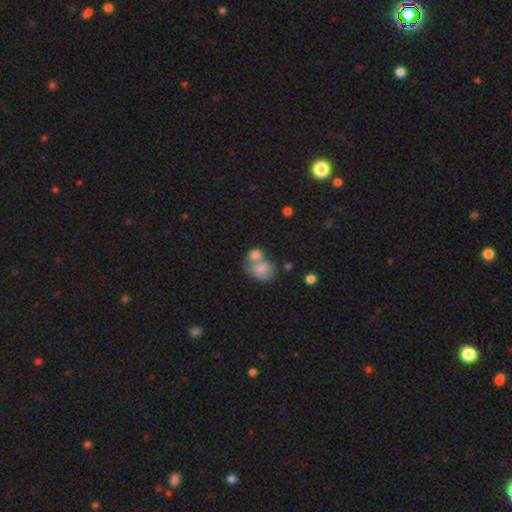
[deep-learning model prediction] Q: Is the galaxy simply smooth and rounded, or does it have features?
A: smooth — 77%.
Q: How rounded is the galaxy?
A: in between — 53%.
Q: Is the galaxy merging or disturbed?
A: merger — 58%.